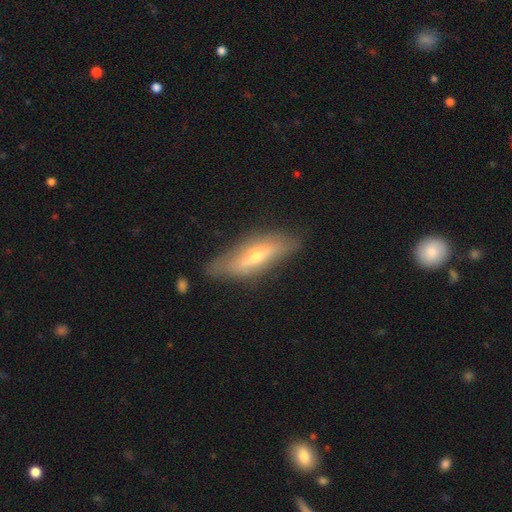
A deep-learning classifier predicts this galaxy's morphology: type=featured or disk (55%); edge-on=yes (69%); merging=none (73%).